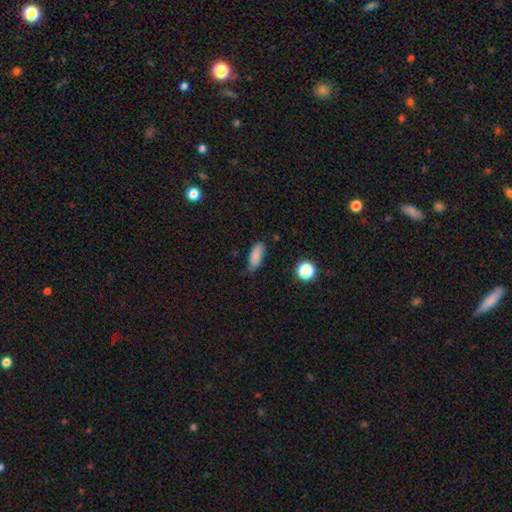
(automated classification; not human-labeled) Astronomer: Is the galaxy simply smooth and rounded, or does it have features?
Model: smooth — 84%.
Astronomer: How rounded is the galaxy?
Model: in between — 80%.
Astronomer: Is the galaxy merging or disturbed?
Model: none — 68%.